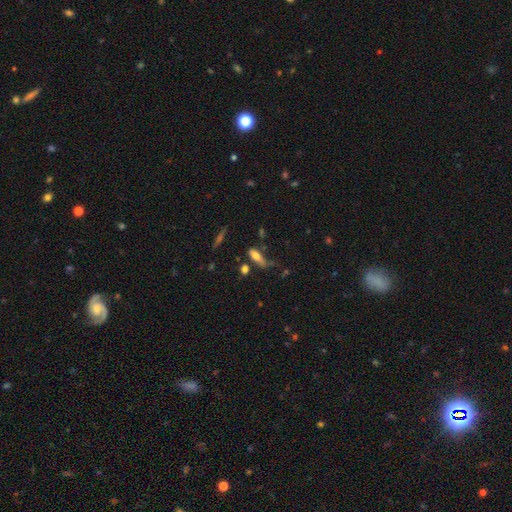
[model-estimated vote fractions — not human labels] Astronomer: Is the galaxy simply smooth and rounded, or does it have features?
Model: smooth — 67%.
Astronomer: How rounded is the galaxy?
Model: in between — 61%.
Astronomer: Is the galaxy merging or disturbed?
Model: none — 38% (runner-up: minor disturbance, 28%).